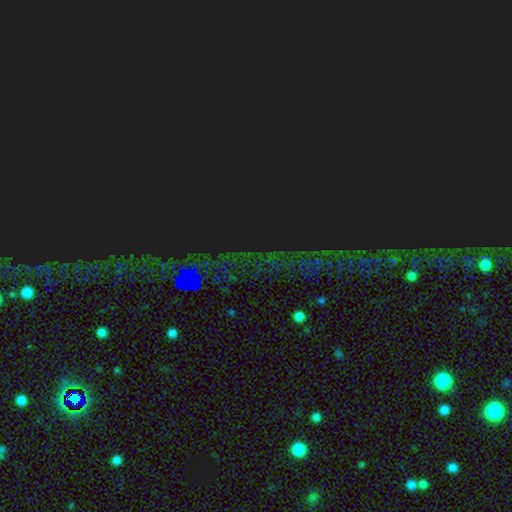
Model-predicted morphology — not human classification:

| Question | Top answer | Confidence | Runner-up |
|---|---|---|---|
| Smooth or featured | star or artifact | 84% | featured or disk (8%) |